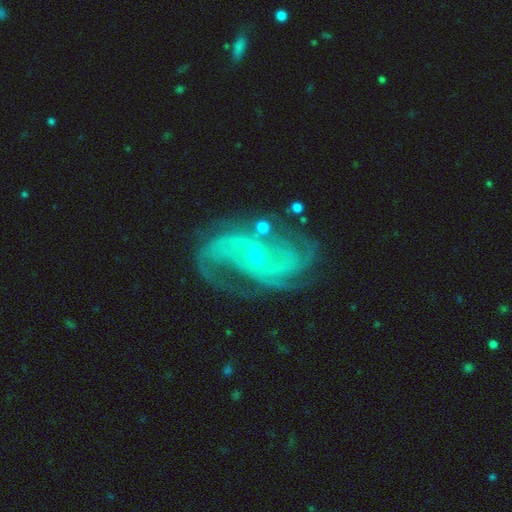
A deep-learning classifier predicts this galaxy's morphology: featured or disk 90%, star or artifact 6%, smooth 4%. Down the decision tree: edge-on disk — no (97%); bar — no (42%); spiral arms — yes (97%); spiral arm count — 2 (55%); spiral winding — medium (49%); bulge size — small (78%); merging — none (63%).